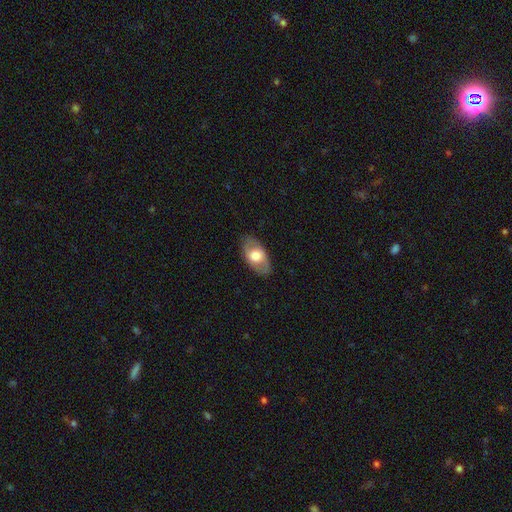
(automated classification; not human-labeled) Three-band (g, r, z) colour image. It shows a smooth galaxy with no disk features (59%) that is in between round and cigar-shaped (91%). Merging: none (84%).